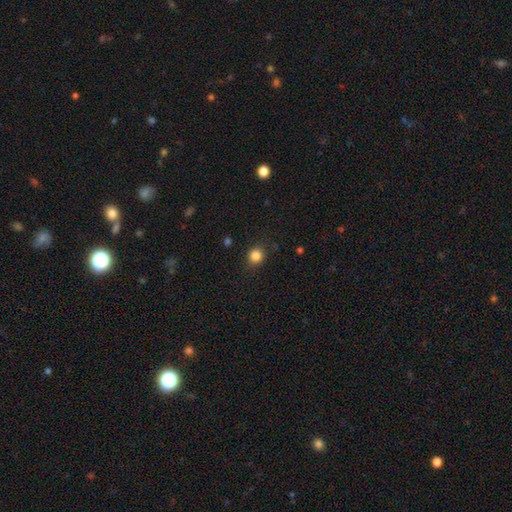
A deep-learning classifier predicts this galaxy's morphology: Q: Smooth or featured?
A: smooth (84%); runner-up: star or artifact (12%)
Q: How rounded?
A: round (86%); runner-up: in between (13%)
Q: Merging?
A: none (86%); runner-up: minor disturbance (10%)